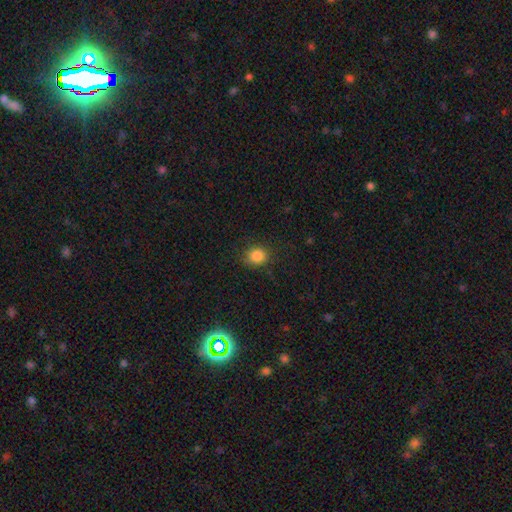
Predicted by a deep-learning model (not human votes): The model was most divided on "how rounded": round: 74%, in between: 25%, cigar-shaped: 1%. More confident: smooth or featured — smooth (85%); merging — none (82%).